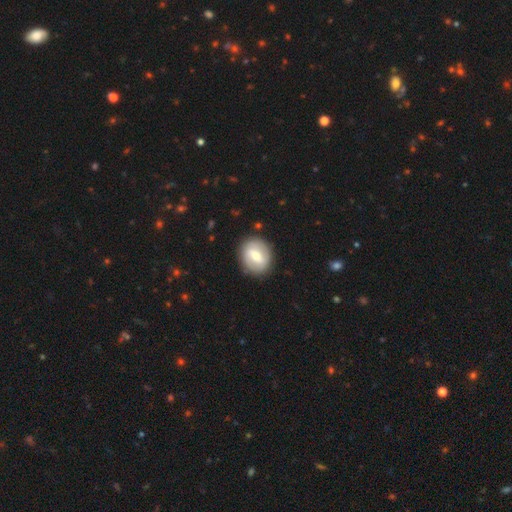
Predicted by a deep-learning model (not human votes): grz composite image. It shows a featured or disk galaxy (51%). Merging: none (85%).